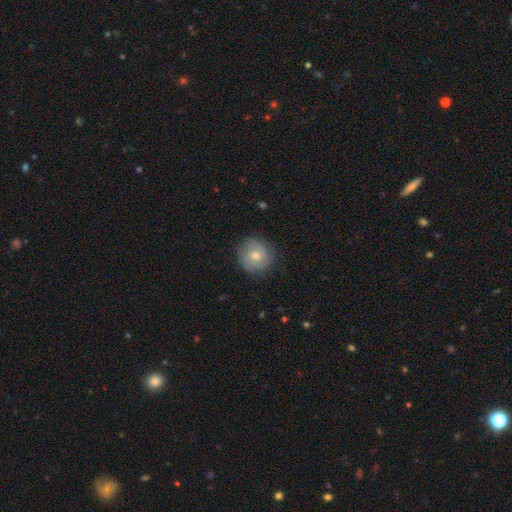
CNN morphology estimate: smooth_or_featured: smooth (p=0.62) [alt: featured or disk p=0.31]
how_rounded: round (p=0.91) [alt: in between p=0.08]
merging: none (p=0.80) [alt: minor disturbance p=0.14]